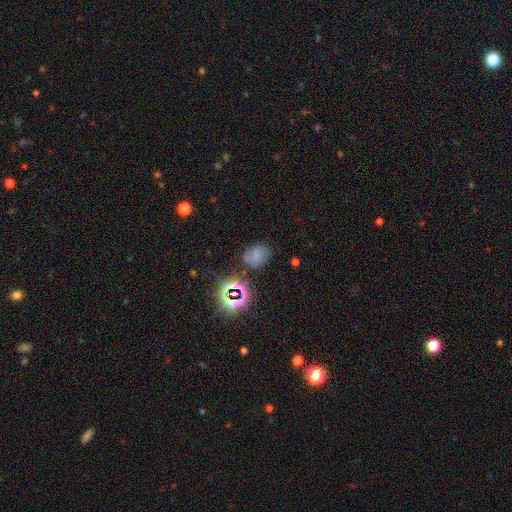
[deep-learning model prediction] A smooth galaxy with no disk features (59%) that is in between round and cigar-shaped (59%).

Vote fractions:
- Smooth or featured? smooth: 59% / star or artifact: 27% / featured or disk: 13%
- How rounded? in between: 59% / round: 40% / cigar-shaped: 1%
- Merging? none: 71% / minor disturbance: 19% / major disturbance: 6% / merger: 4%